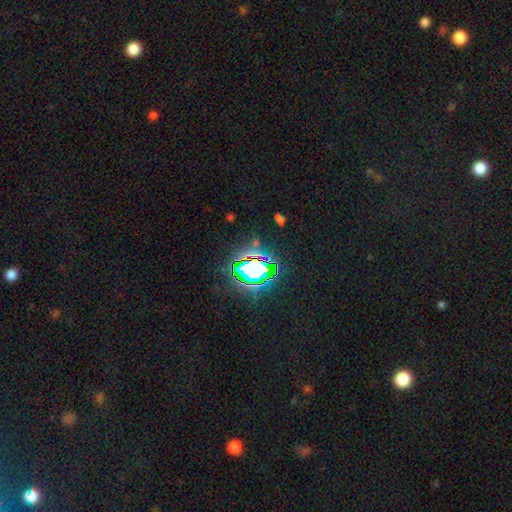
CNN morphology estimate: type=star or artifact (79%).